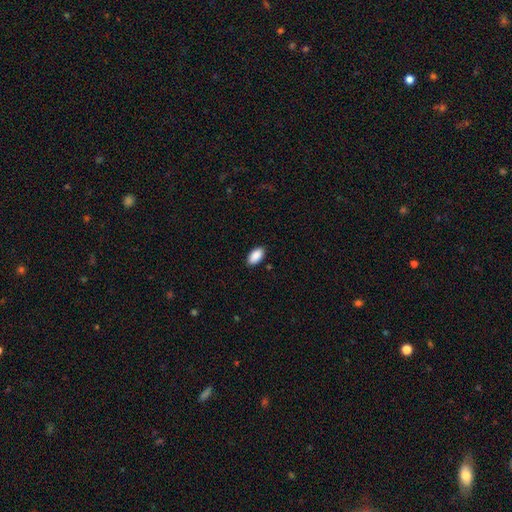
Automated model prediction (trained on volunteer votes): Smooth or featured: smooth — 91% (star or artifact — 6%)
How rounded: in between — 95% (cigar-shaped — 3%)
Merging: none — 88% (minor disturbance — 9%)